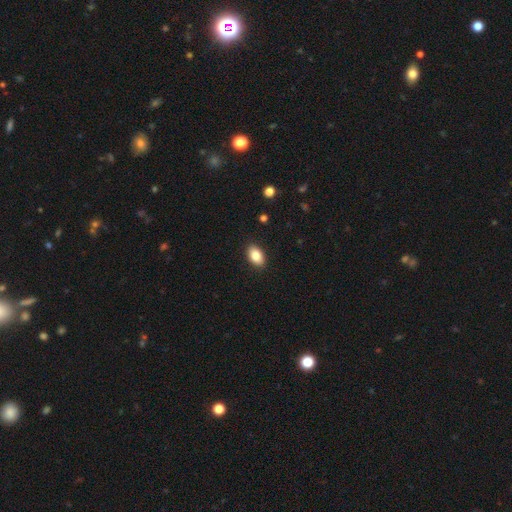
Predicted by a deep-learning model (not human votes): Smooth or featured: smooth — 85% (star or artifact — 8%)
How rounded: in between — 90% (round — 9%)
Merging: none — 89% (minor disturbance — 8%)